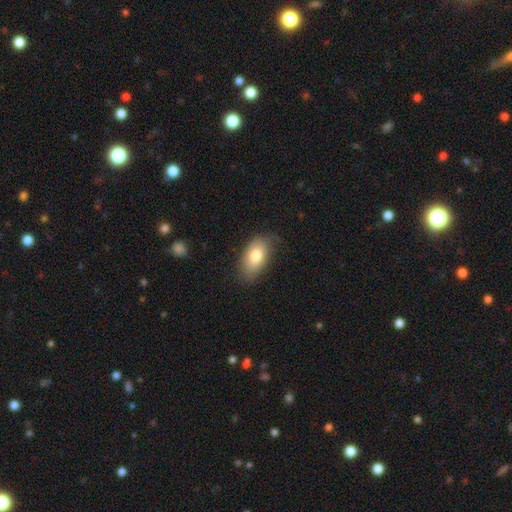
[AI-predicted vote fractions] A smooth galaxy with no disk features (78%) that is in between round and cigar-shaped (92%).

Vote fractions:
- Smooth or featured? smooth: 78% / featured or disk: 15% / star or artifact: 7%
- How rounded? in between: 92% / round: 5% / cigar-shaped: 3%
- Merging? none: 74% / minor disturbance: 20% / major disturbance: 4% / merger: 1%